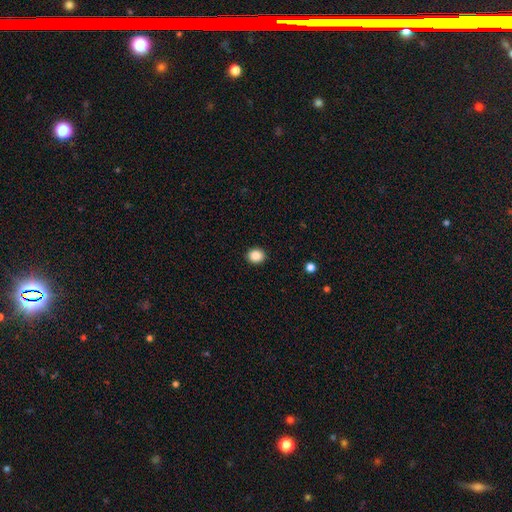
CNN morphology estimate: Smooth or featured? smooth (87%)
How rounded? round (70%)
Merging? none (92%)